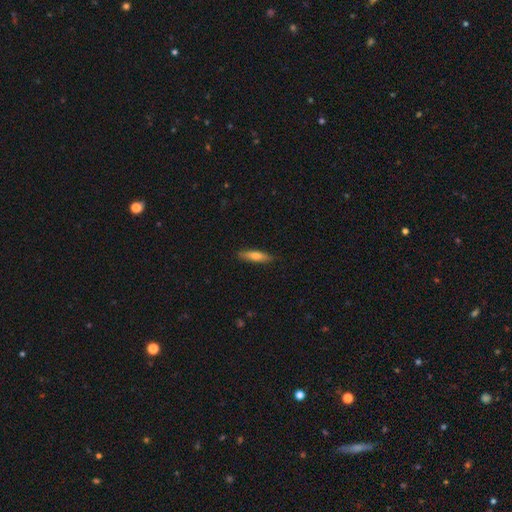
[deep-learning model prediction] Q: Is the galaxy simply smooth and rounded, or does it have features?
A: smooth — 65%.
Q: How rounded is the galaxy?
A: cigar-shaped — 76%.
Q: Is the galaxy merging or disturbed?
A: none — 87%.